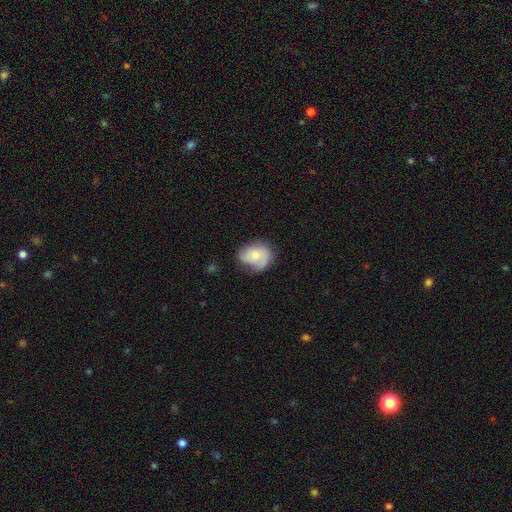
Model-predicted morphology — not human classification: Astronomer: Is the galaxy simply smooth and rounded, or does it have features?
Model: smooth — 52% (runner-up: featured or disk, 41%).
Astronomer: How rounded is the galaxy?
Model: in between — 57% (runner-up: round, 42%).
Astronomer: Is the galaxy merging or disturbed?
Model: none — 49% (runner-up: minor disturbance, 34%).